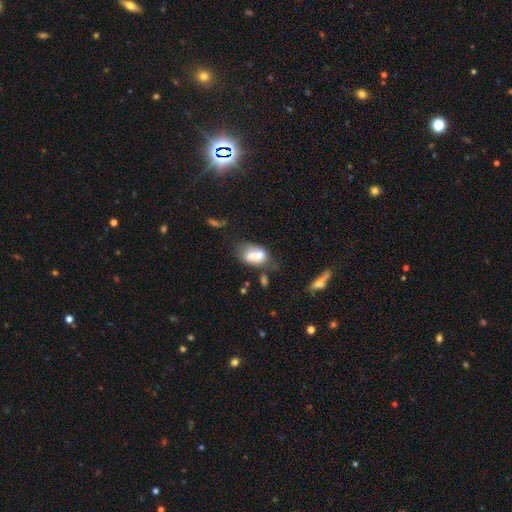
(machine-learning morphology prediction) smooth_or_featured: smooth (p=0.68) [alt: featured or disk p=0.23]
how_rounded: in between (p=0.87) [alt: round p=0.11]
merging: none (p=0.34) [alt: minor disturbance p=0.25]